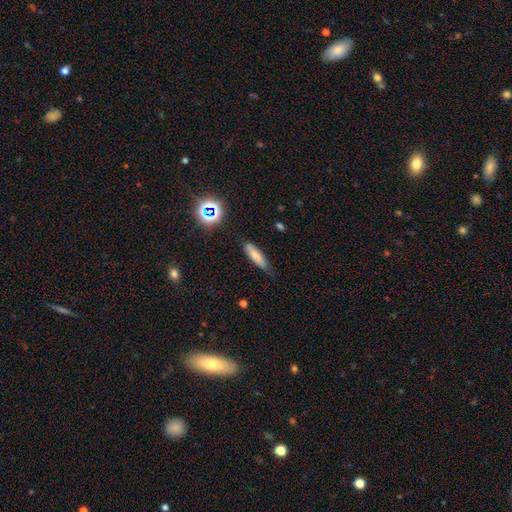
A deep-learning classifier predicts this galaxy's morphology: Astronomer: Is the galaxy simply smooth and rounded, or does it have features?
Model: smooth — 75%.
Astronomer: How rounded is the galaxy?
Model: cigar-shaped — 69%.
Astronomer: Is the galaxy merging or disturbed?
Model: none — 74%.